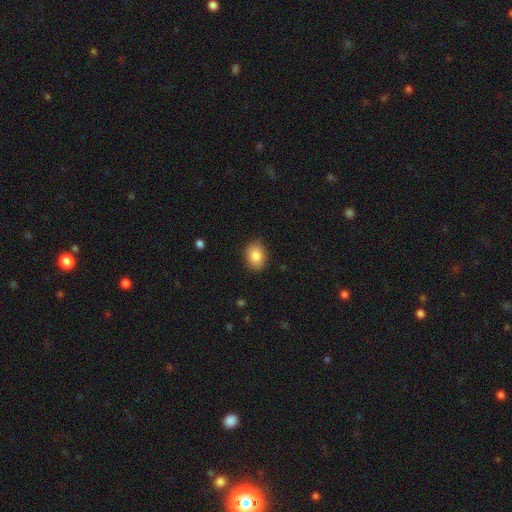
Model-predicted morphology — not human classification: Overall: smooth (85%). How rounded: in between (69%; round 30%). Merging: none (87%).